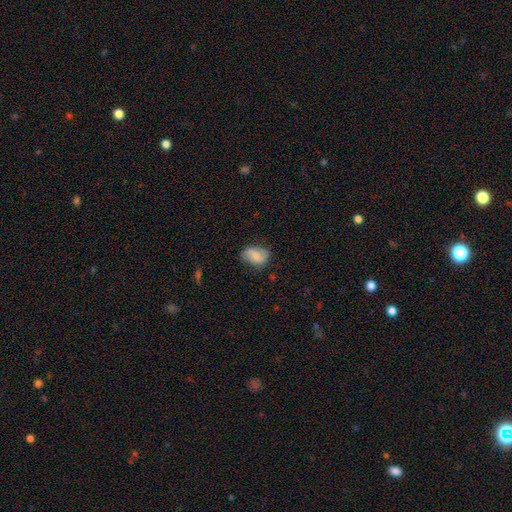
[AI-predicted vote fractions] This appears to be a smooth galaxy with no disk features (53%) that is in between round and cigar-shaped (79%). Merging: none (66%).